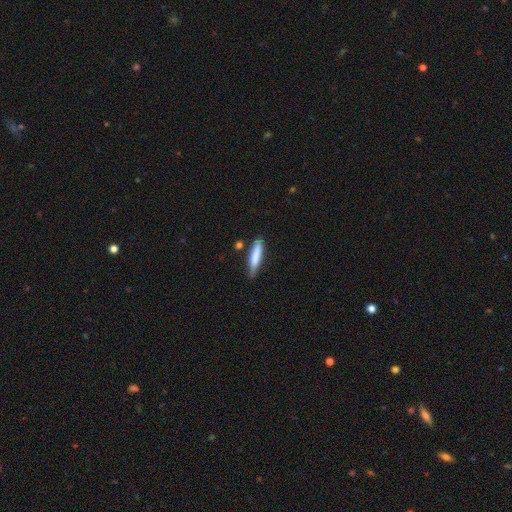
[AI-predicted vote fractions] A smooth galaxy with no disk features (80%) that is cigar-shaped (84%).

Vote fractions:
- Smooth or featured? smooth: 80% / featured or disk: 14% / star or artifact: 6%
- How rounded? cigar-shaped: 84% / in between: 14% / round: 1%
- Merging? none: 71% / minor disturbance: 21% / merger: 4% / major disturbance: 4%